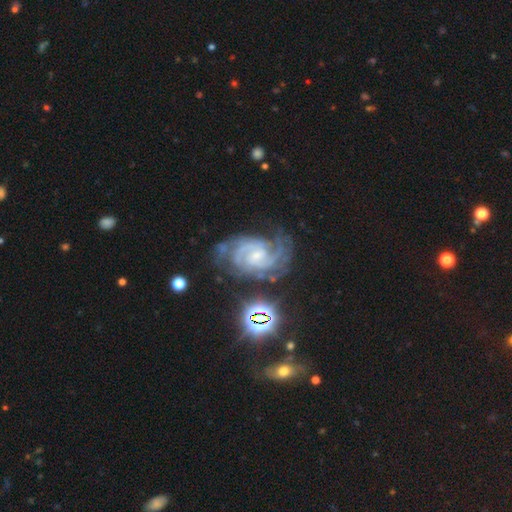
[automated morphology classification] Smooth or featured?
  - featured or disk: 88% *
  - star or artifact: 8%
  - smooth: 4%
Edge-on disk?
  - no: 98% *
  - yes: 2%
Bar?
  - no: 45% *
  - weak: 43%
  - strong: 12%
Spiral arms?
  - yes: 98% *
  - no: 2%
Spiral winding?
  - tight: 56% *
  - medium: 39%
  - loose: 6%
Spiral arm count?
  - 2: 45% *
  - 3: 23%
  - can't tell: 14%
  - 4: 8%
  - more than 4: 5%
  - 1: 5%
Bulge size?
  - small: 72% *
  - moderate: 20%
  - none: 6%
  - large: 1%
  - dominant: 1%
Merging?
  - none: 62% *
  - minor disturbance: 22%
  - major disturbance: 12%
  - merger: 4%